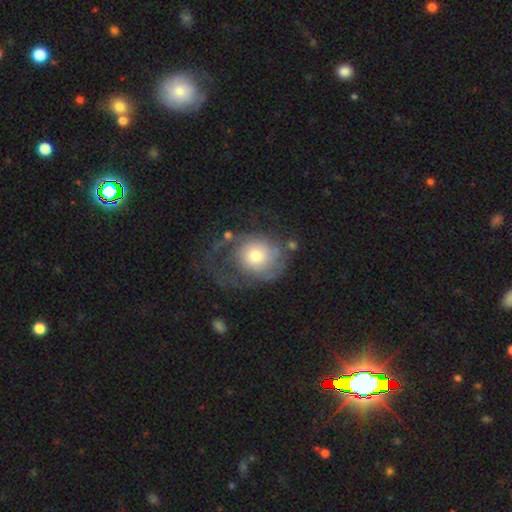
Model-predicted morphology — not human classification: The model was most divided on "merging": none: 43%, major disturbance: 34%, minor disturbance: 20%, merger: 4%. More confident: edge-on disk — no (97%); bar — no (80%); spiral arms — yes (80%); smooth or featured — featured or disk (64%); bulge size — moderate (51%).